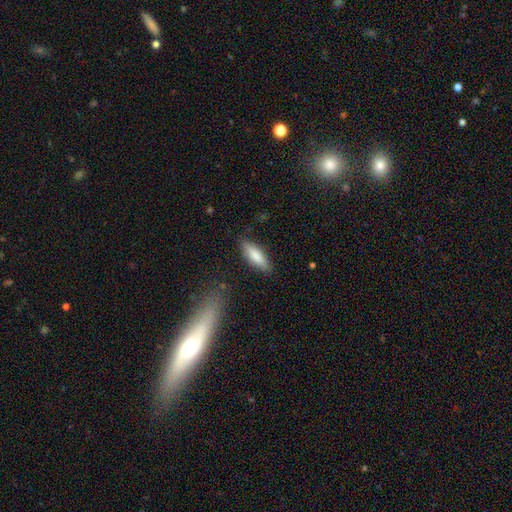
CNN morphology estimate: Smooth or featured? Predicted: smooth (p=0.81). How rounded? Predicted: cigar-shaped (p=0.50). Merging? Predicted: none (p=0.83).